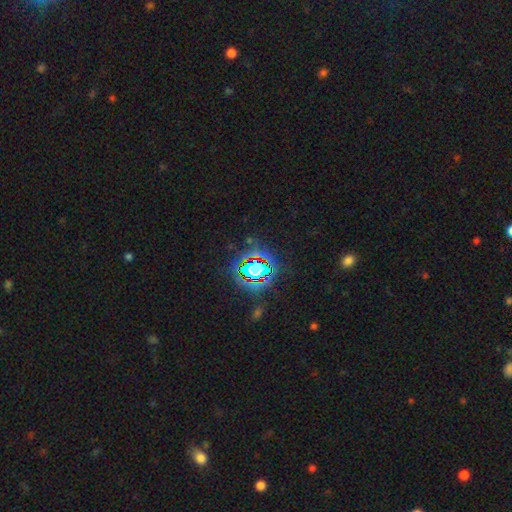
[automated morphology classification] star or artifact 81%, smooth 11%, featured or disk 8%.